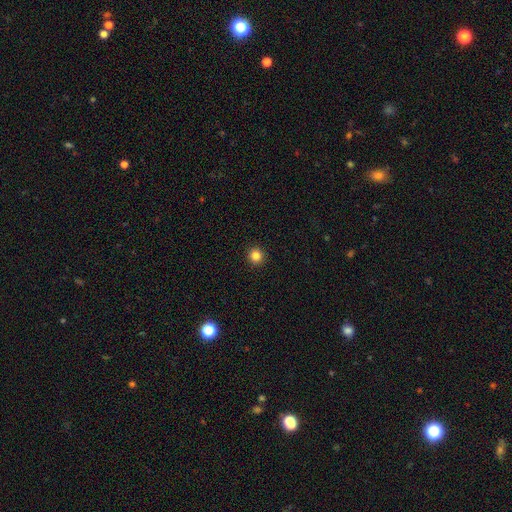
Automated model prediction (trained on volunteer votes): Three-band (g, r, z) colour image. It shows a smooth galaxy with no disk features (84%) that is round (95%). Merging: none (94%).